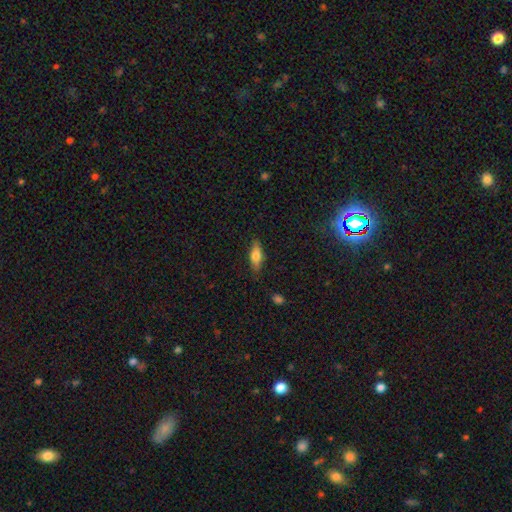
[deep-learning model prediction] A smooth galaxy with no disk features (66%) that is in between round and cigar-shaped (60%). Merging: none (83%).